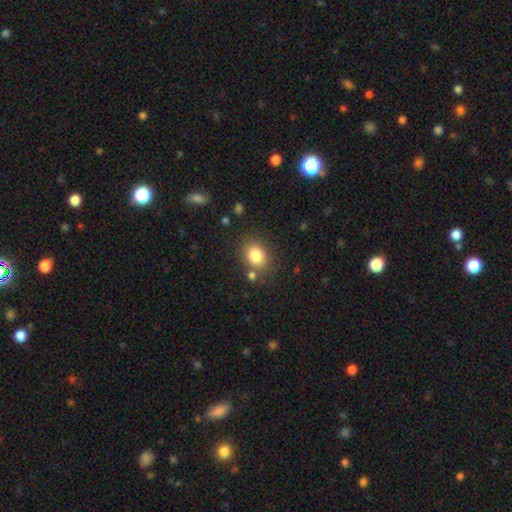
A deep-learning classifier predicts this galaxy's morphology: This appears to be a smooth galaxy with no disk features (82%) that is in between round and cigar-shaped (58%). Merging: none (76%).